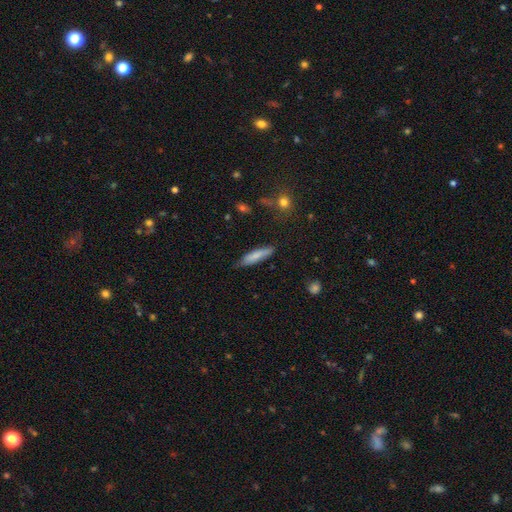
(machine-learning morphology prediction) A smooth galaxy with no disk features (75%) that is cigar-shaped (74%). Merging: none (77%).